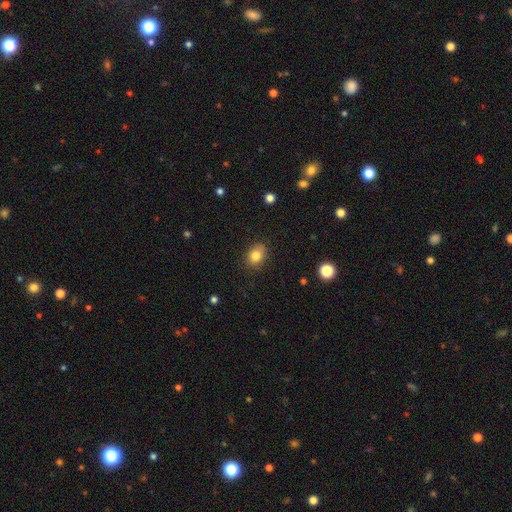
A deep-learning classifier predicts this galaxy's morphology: Overall: smooth (82%). How rounded: in between (60%; round 39%). Merging: none (81%).